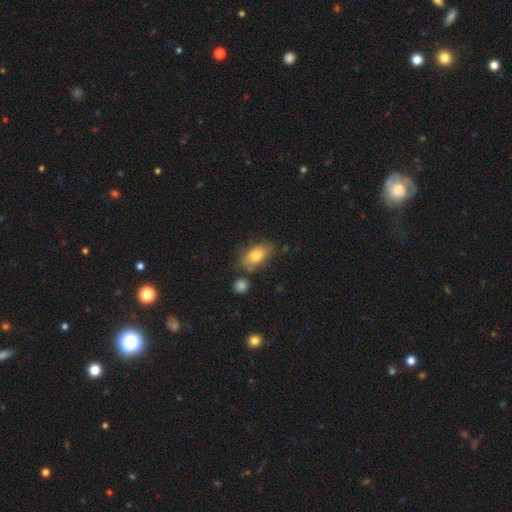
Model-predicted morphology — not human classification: Smooth or featured? Predicted: smooth (p=0.79). How rounded? Predicted: in between (p=0.90). Merging? Predicted: none (p=0.68).